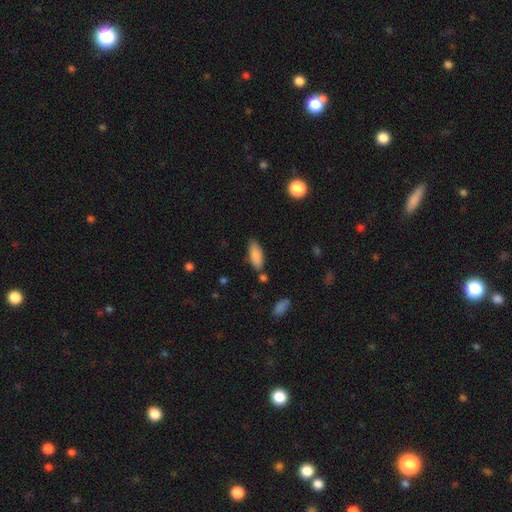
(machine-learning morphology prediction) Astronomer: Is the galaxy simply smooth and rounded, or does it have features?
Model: smooth — 87%.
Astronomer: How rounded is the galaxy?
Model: in between — 79%.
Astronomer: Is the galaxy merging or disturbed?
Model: none — 74%.